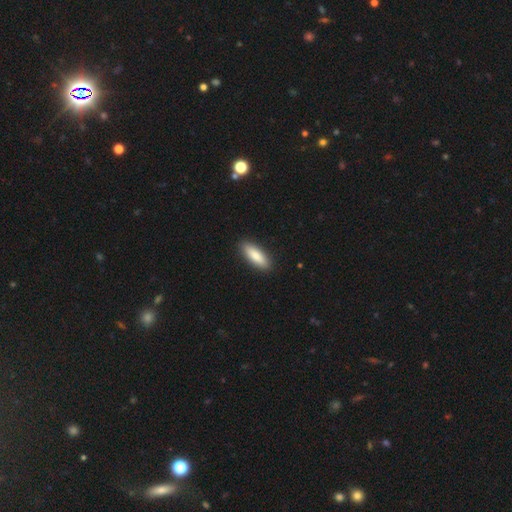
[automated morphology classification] Smooth or featured? Predicted: smooth (p=0.83). How rounded? Predicted: in between (p=0.57). Merging? Predicted: none (p=0.90).